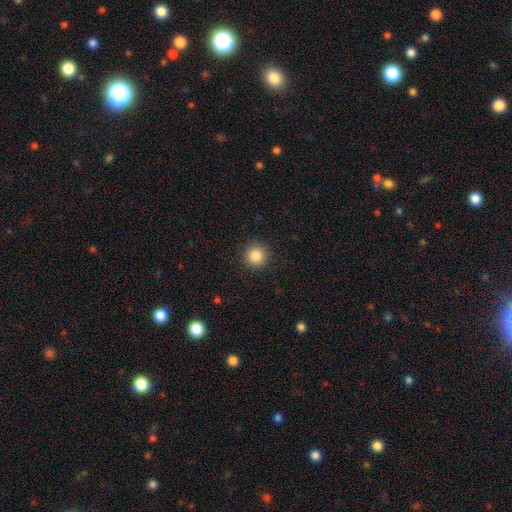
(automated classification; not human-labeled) This appears to be a smooth galaxy with no disk features (86%) that is round (95%). Merging: none (91%).